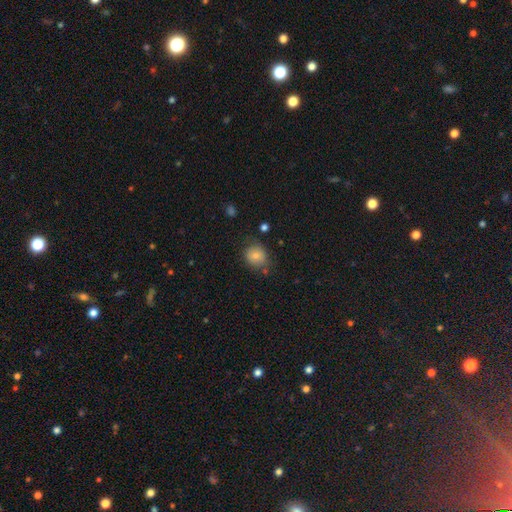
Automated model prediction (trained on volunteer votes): A smooth galaxy with no disk features (81%) that is round (71%).

Vote fractions:
- Smooth or featured? smooth: 81% / star or artifact: 10% / featured or disk: 9%
- How rounded? round: 71% / in between: 28% / cigar-shaped: 1%
- Merging? none: 72% / minor disturbance: 19% / major disturbance: 5% / merger: 3%